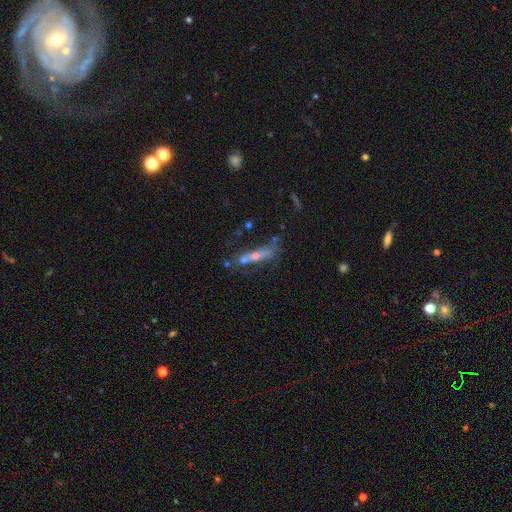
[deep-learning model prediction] The model was most divided on "merging": none: 42%, merger: 26%, minor disturbance: 18%, major disturbance: 14%. More confident: edge-on disk — yes (62%); smooth or featured — featured or disk (52%).